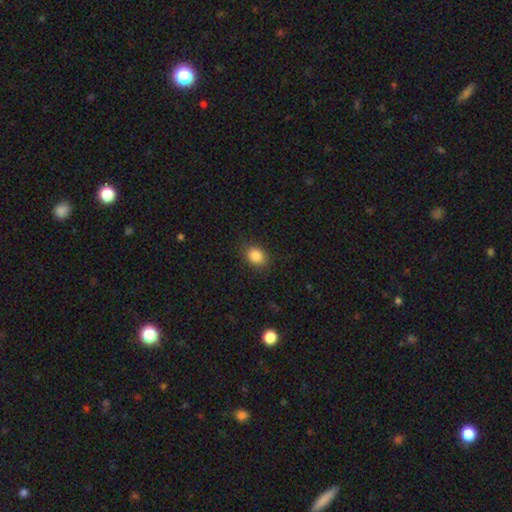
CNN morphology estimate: A smooth galaxy with no disk features (86%) that is in between round and cigar-shaped (55%). Merging: none (87%).